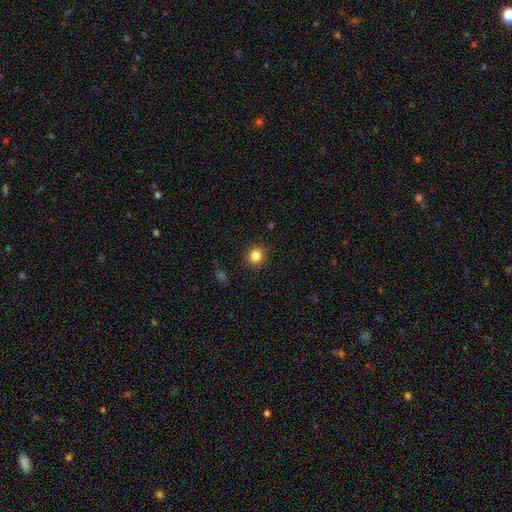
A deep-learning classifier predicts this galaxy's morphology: type=smooth (84%); roundness=round (78%); merging=none (88%).